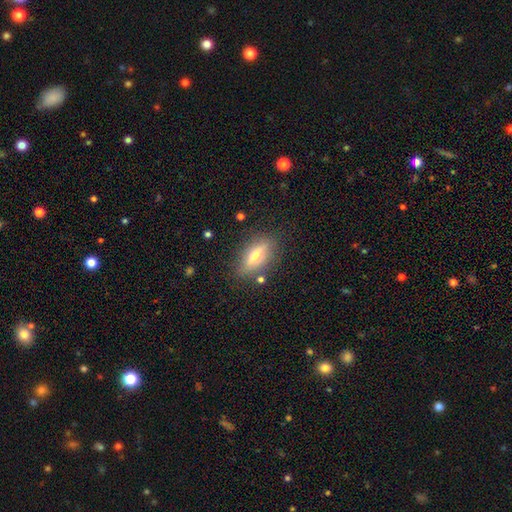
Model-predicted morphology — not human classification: Smooth or featured? smooth (47%)
Merging? none (83%)